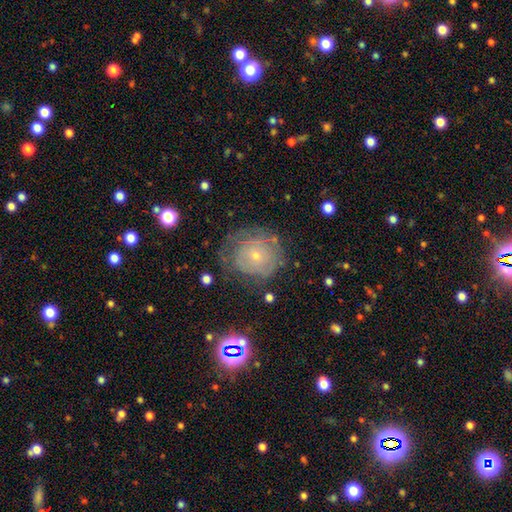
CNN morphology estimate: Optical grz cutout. It shows a featured or disk galaxy (55%) with no bar (83%), spiral arms (62%) and a small central bulge (73%). Merging: none (58%).